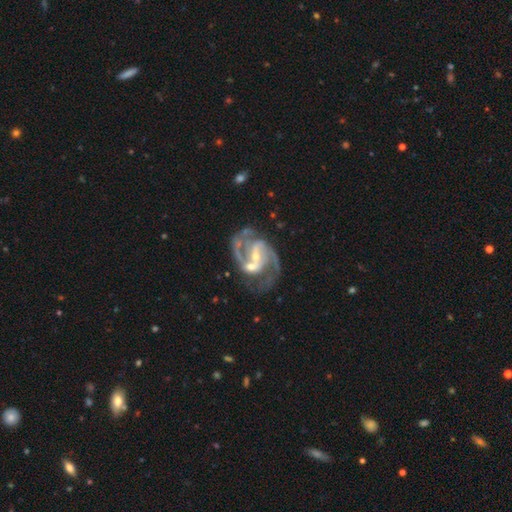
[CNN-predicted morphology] smooth_or_featured: featured or disk (p=0.92) [alt: star or artifact p=0.05]
disk_edge_on: no (p=0.98) [alt: yes p=0.02]
bar: strong (p=0.42) [tied with: weak p=0.42]
has_spiral_arms: yes (p=0.98) [alt: no p=0.02]
spiral_winding: medium (p=0.65) [alt: tight p=0.21]
spiral_arm_count: 2 (p=0.88) [alt: 3 p=0.05]
bulge_size: small (p=0.60) [alt: moderate p=0.34]
merging: none (p=0.57) [alt: merger p=0.17]